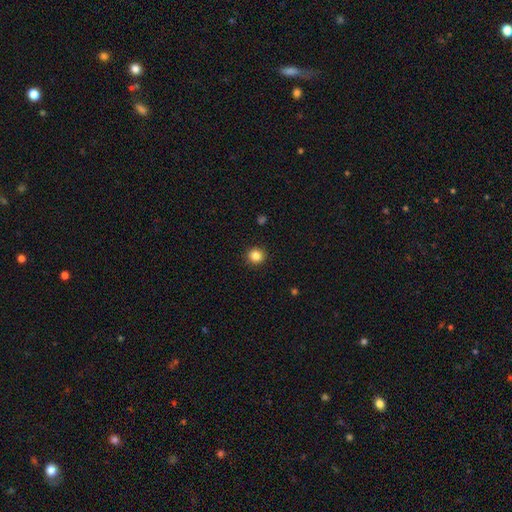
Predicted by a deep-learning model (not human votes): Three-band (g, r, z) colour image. It shows a smooth galaxy with no disk features (85%) that is round (93%). Merging: none (92%).